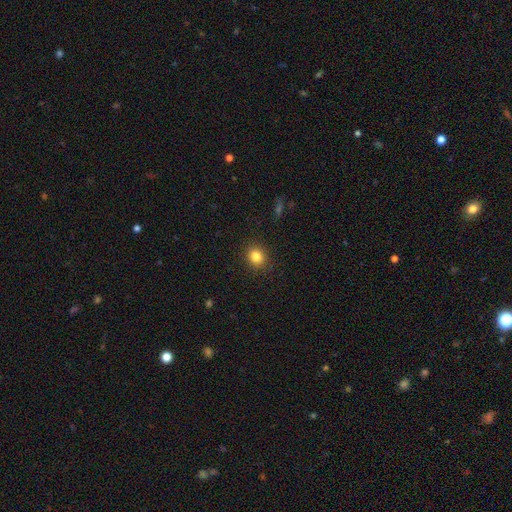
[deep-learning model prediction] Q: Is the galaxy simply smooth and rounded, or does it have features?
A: smooth — 83%.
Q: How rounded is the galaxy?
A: round — 78%.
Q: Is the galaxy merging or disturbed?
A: none — 90%.